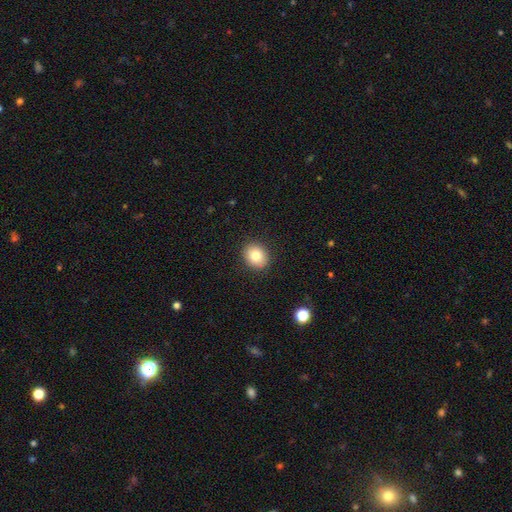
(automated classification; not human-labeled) This appears to be a smooth galaxy with no disk features (81%) that is round (66%). Merging: none (90%).